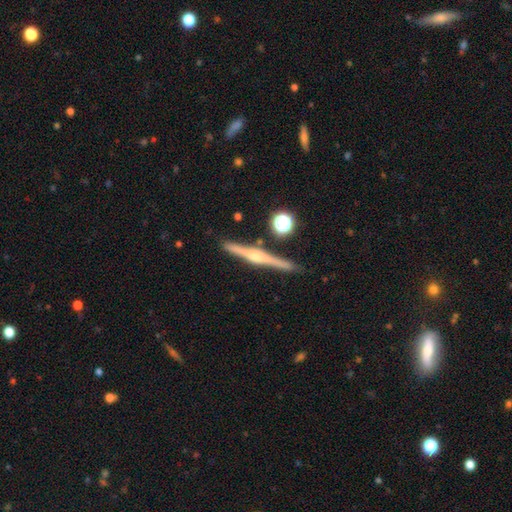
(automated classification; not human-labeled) smooth_or_featured: featured or disk (p=0.78) [alt: smooth p=0.15]
disk_edge_on: yes (p=0.98) [alt: no p=0.02]
edge_on_bulge: rounded (p=0.83) [alt: boxy p=0.09]
merging: none (p=0.87) [alt: minor disturbance p=0.08]